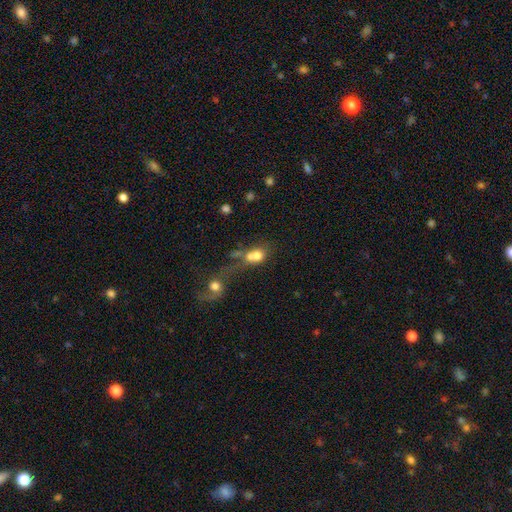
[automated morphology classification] Smooth or featured?
  - smooth: 68% *
  - featured or disk: 21%
  - star or artifact: 12%
How rounded?
  - round: 59% *
  - in between: 38%
  - cigar-shaped: 3%
Merging?
  - merger: 66% *
  - none: 17%
  - major disturbance: 11%
  - minor disturbance: 6%